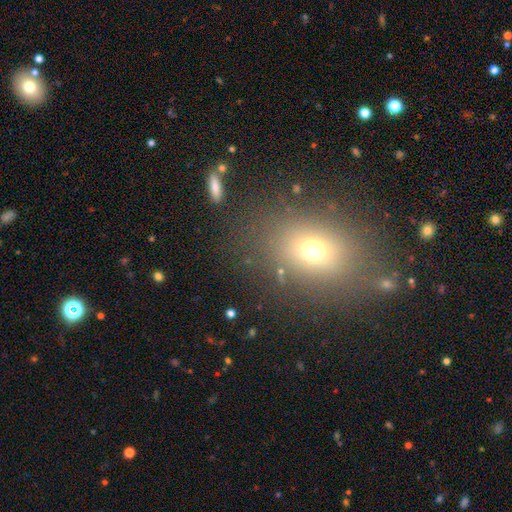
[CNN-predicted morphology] smooth 63%, star or artifact 25%, featured or disk 13%. Down the decision tree: how rounded — in between (60%); merging — none (79%).